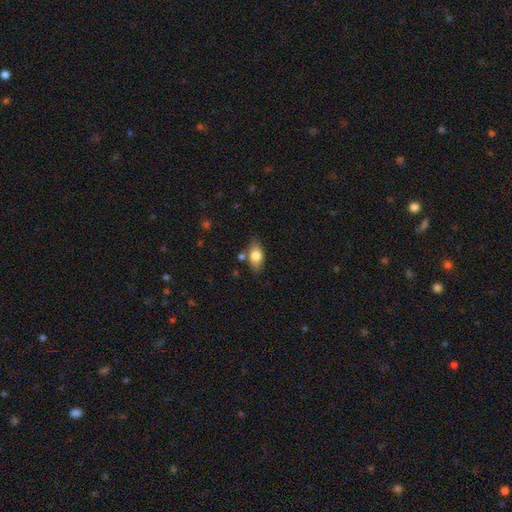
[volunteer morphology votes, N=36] type=smooth (86%); roundness=in between (97%); merging=none (71%).